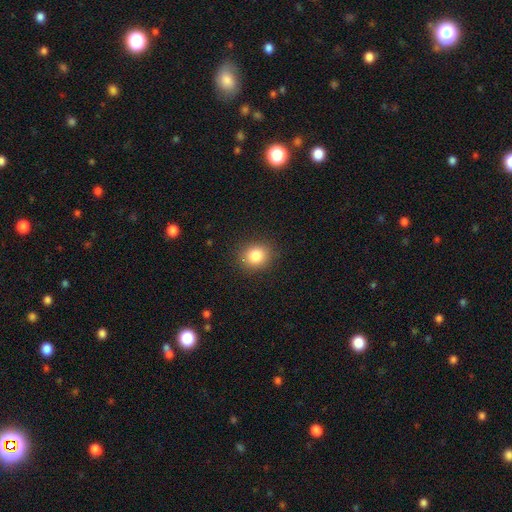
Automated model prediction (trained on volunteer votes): Smooth or featured: smooth — 83% (star or artifact — 11%)
How rounded: round — 79% (in between — 20%)
Merging: none — 89% (minor disturbance — 8%)